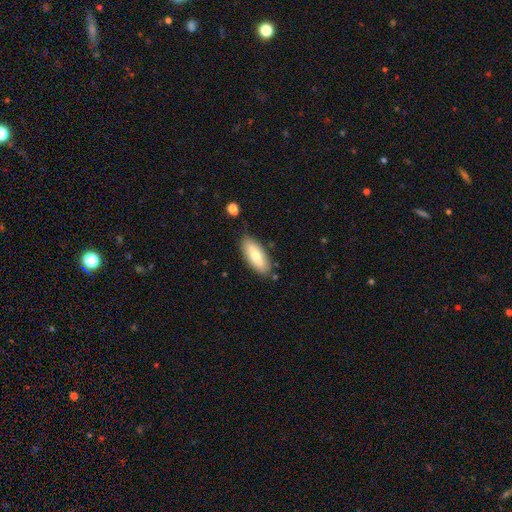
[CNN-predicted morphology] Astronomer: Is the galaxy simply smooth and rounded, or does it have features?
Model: smooth — 72%.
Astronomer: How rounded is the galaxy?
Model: in between — 76%.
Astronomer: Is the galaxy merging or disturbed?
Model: none — 81%.